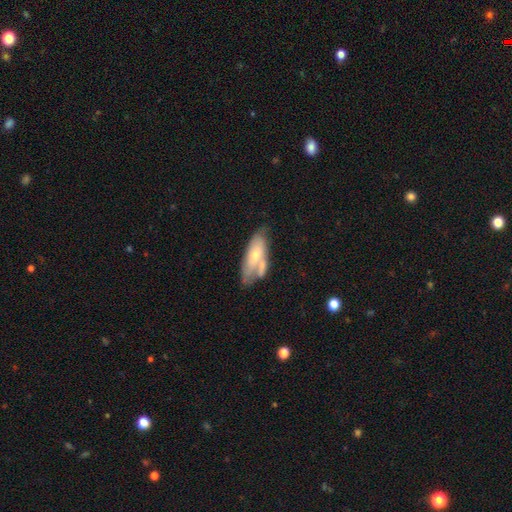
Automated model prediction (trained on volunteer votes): smooth-or-featured: smooth: 51% | featured or disk: 43% | star or artifact: 6%
  how-rounded: in between: 77% | cigar-shaped: 20% | round: 3%
  merging: none: 34% | merger: 33% | minor disturbance: 22% | major disturbance: 11%